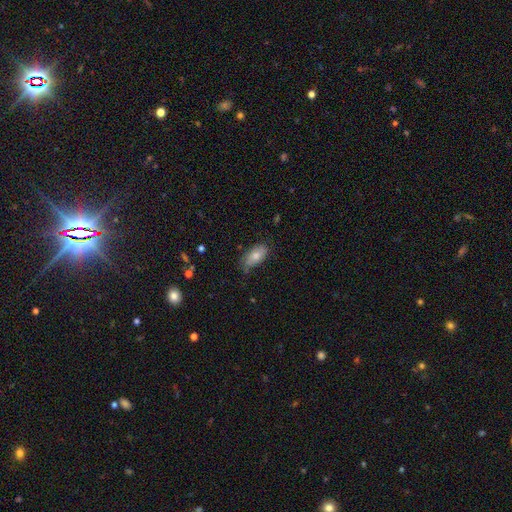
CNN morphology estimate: This appears to be a smooth galaxy with no disk features (74%) that is in between round and cigar-shaped (91%). Merging: none (68%).